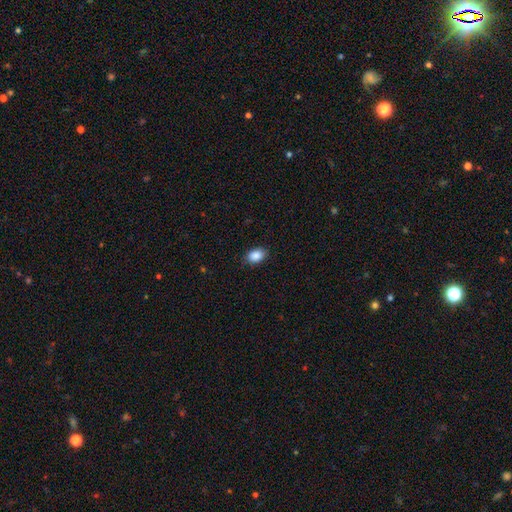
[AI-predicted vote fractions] smooth 89%, star or artifact 8%, featured or disk 4%. Down the decision tree: how rounded — in between (85%); merging — none (86%).